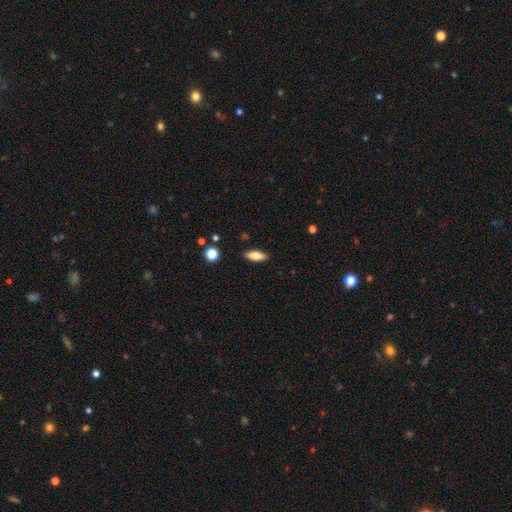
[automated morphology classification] This is likely a smooth galaxy (78%). How rounded: likely in between (74%). Merging: clearly none (88%).